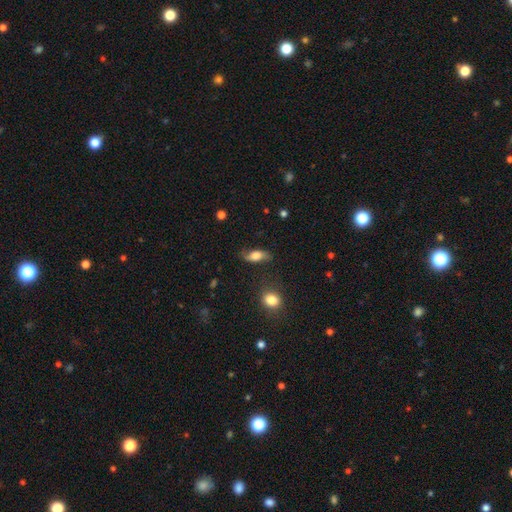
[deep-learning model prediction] smooth_or_featured: smooth (p=0.58) [alt: featured or disk p=0.34]
how_rounded: in between (p=0.77) [alt: cigar-shaped p=0.17]
merging: none (p=0.70) [alt: minor disturbance p=0.20]